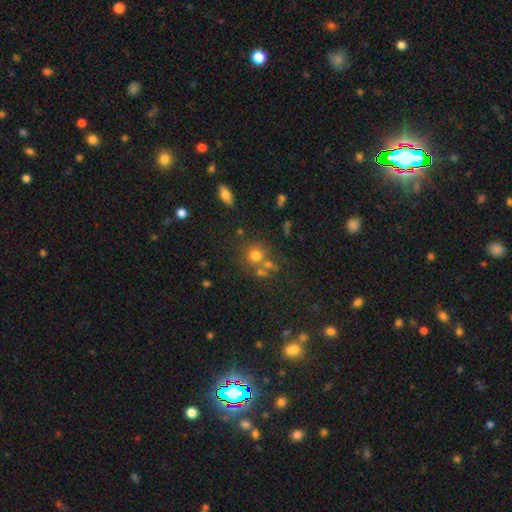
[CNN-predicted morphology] Smooth or featured?
  - smooth: 69% *
  - star or artifact: 18%
  - featured or disk: 13%
How rounded?
  - round: 87% *
  - in between: 12%
  - cigar-shaped: 1%
Merging?
  - none: 61% *
  - merger: 23%
  - minor disturbance: 11%
  - major disturbance: 5%